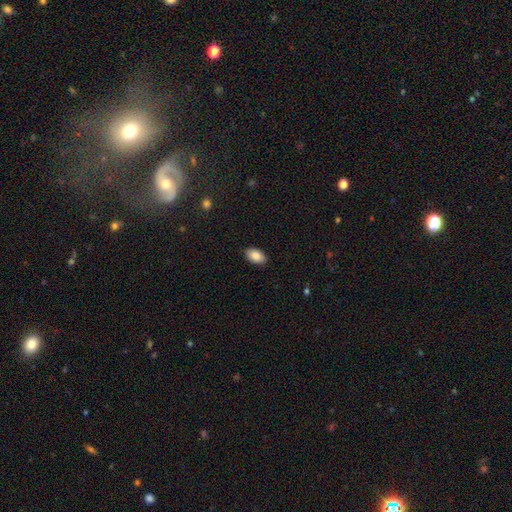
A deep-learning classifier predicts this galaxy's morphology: Q: Smooth or featured?
A: smooth (86%); runner-up: star or artifact (7%)
Q: How rounded?
A: in between (93%); runner-up: round (6%)
Q: Merging?
A: none (89%); runner-up: minor disturbance (8%)